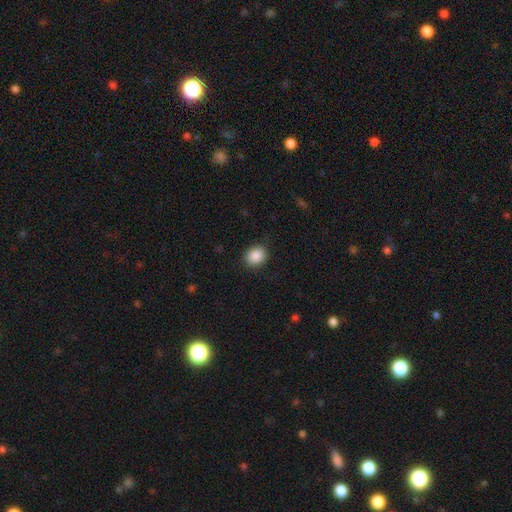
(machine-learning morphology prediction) Smooth or featured? smooth (88%)
How rounded? round (64%)
Merging? none (88%)